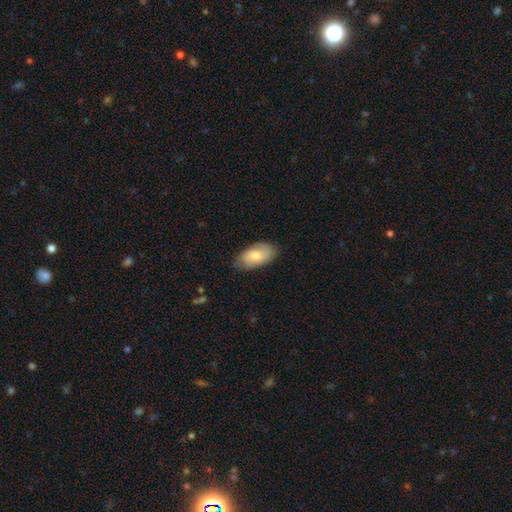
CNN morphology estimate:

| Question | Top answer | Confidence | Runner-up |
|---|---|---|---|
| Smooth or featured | smooth | 55% | featured or disk (39%) |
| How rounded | in between | 93% | round (4%) |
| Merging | none | 77% | minor disturbance (18%) |